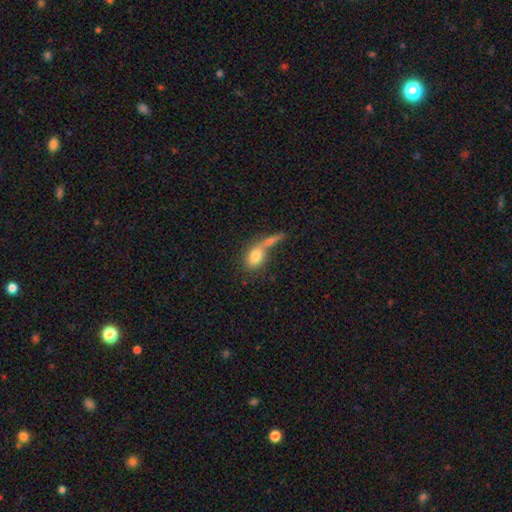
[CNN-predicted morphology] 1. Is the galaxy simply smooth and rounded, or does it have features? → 75% smooth, 17% featured or disk, 8% star or artifact.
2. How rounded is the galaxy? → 70% in between, 21% round, 9% cigar-shaped.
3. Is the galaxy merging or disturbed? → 50% merger, 29% none, 11% major disturbance, 10% minor disturbance.